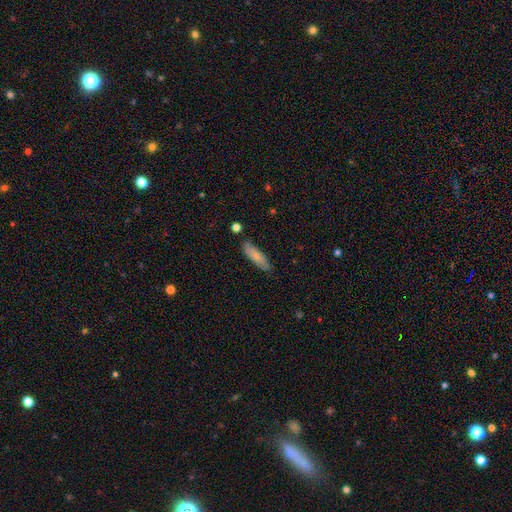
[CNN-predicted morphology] A smooth galaxy with no disk features (76%) that is cigar-shaped (60%). Merging: none (80%).